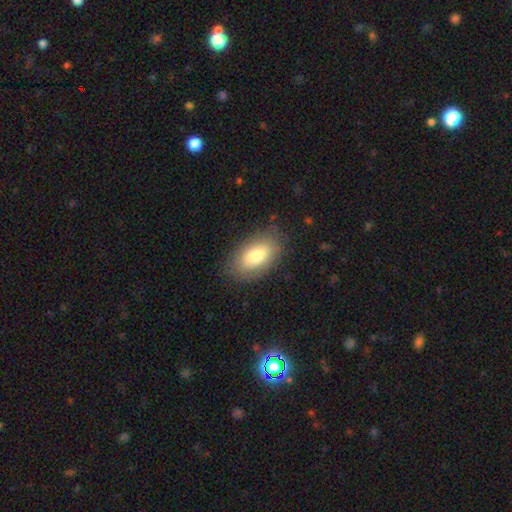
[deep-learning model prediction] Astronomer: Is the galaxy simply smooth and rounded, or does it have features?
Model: smooth — 77%.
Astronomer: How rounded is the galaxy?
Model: in between — 93%.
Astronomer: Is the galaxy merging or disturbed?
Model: none — 82%.